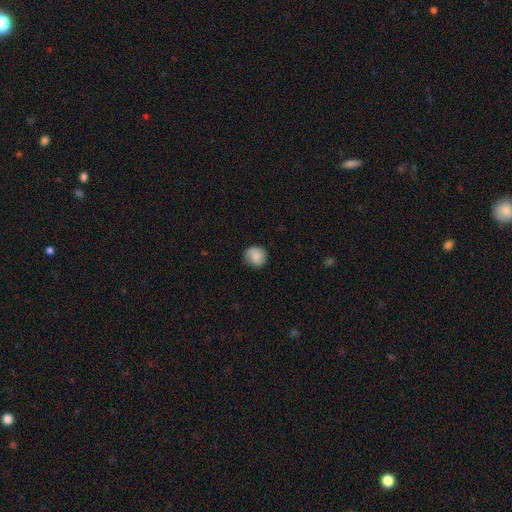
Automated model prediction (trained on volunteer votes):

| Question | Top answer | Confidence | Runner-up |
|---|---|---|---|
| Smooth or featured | smooth | 82% | featured or disk (10%) |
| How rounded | round | 84% | in between (15%) |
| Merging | none | 76% | minor disturbance (19%) |